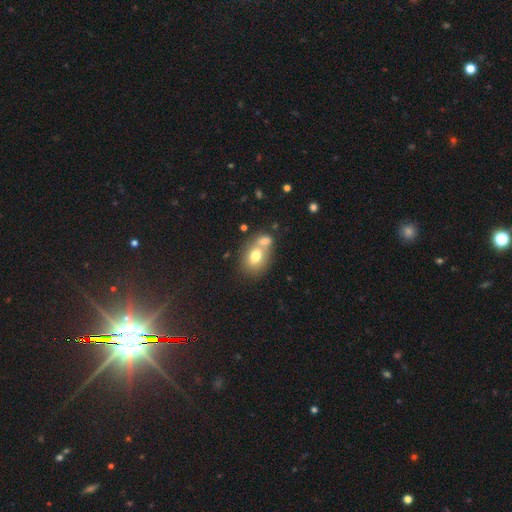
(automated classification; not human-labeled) A smooth galaxy with no disk features (71%) that is in between round and cigar-shaped (60%). Merging: merger (47%).